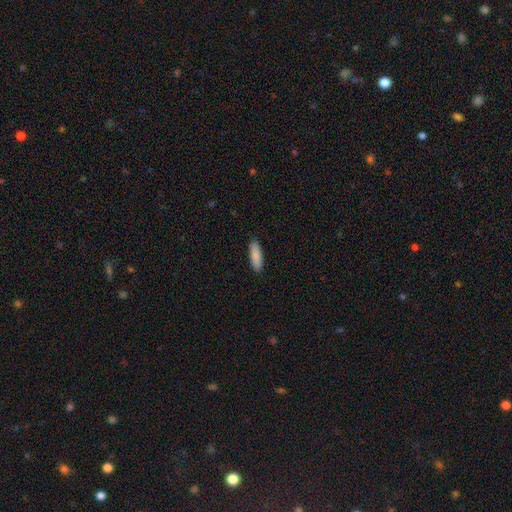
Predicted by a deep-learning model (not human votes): This appears to be a smooth galaxy with no disk features (88%) that is in between round and cigar-shaped (50%). Merging: none (90%).